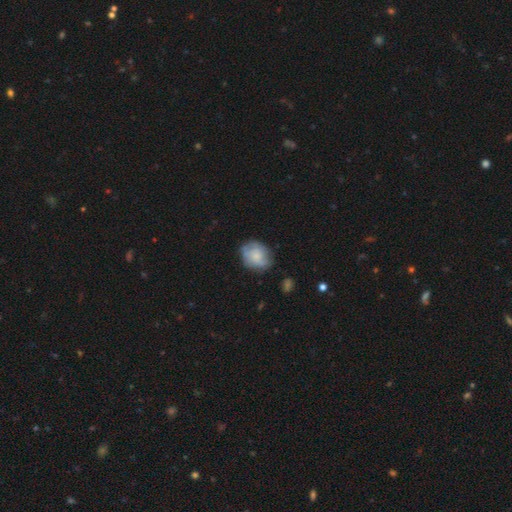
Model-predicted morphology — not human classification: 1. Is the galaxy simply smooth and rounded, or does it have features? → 56% smooth, 36% featured or disk, 8% star or artifact.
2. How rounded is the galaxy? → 53% round, 46% in between, 1% cigar-shaped.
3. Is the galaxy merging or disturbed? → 64% none, 25% minor disturbance, 9% major disturbance, 2% merger.